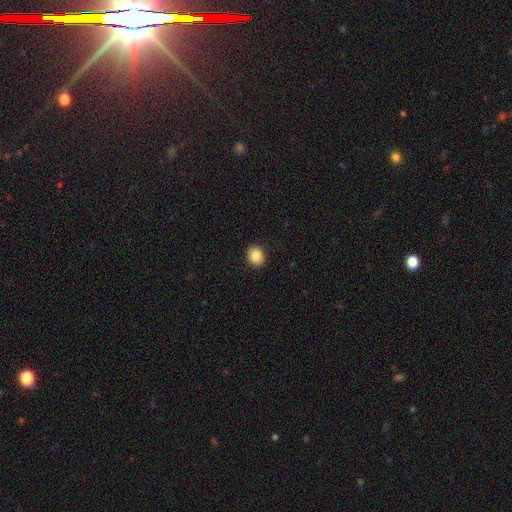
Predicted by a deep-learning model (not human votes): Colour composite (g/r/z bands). It shows a smooth galaxy with no disk features (87%) that is round (62%). Merging: none (91%).